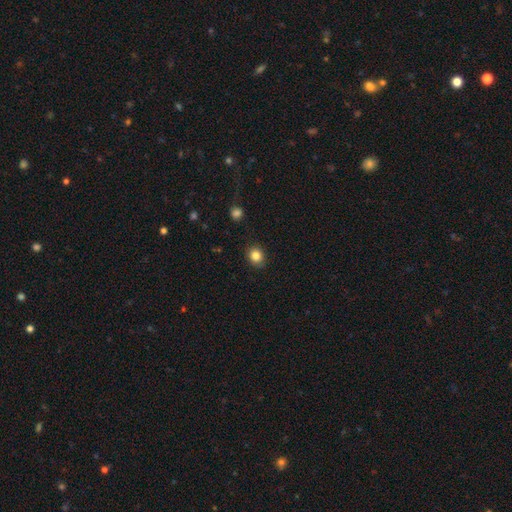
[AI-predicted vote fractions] This appears to be a smooth galaxy with no disk features (85%) that is round (63%). Merging: none (87%).